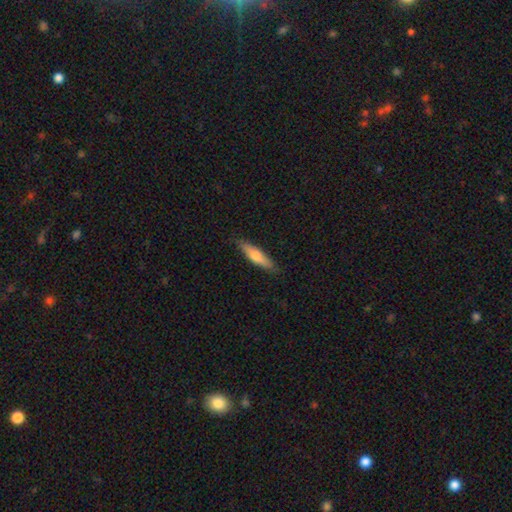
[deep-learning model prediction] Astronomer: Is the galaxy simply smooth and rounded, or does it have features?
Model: smooth — 61%.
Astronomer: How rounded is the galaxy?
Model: cigar-shaped — 77%.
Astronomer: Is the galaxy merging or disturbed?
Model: none — 86%.